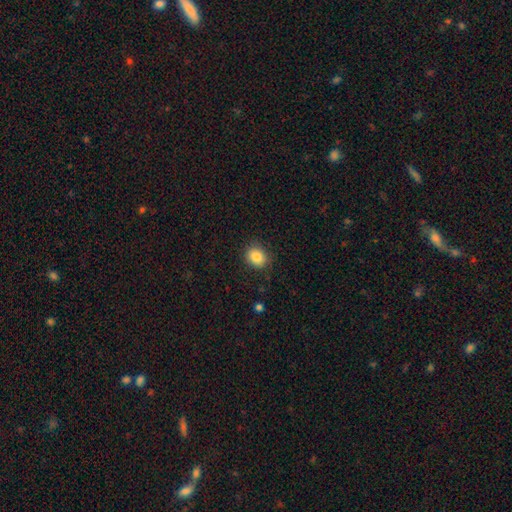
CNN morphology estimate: A smooth galaxy with no disk features (85%) that is round (58%).

Vote fractions:
- Smooth or featured? smooth: 85% / star or artifact: 9% / featured or disk: 5%
- How rounded? round: 58% / in between: 41% / cigar-shaped: 1%
- Merging? none: 85% / minor disturbance: 11% / major disturbance: 3% / merger: 1%